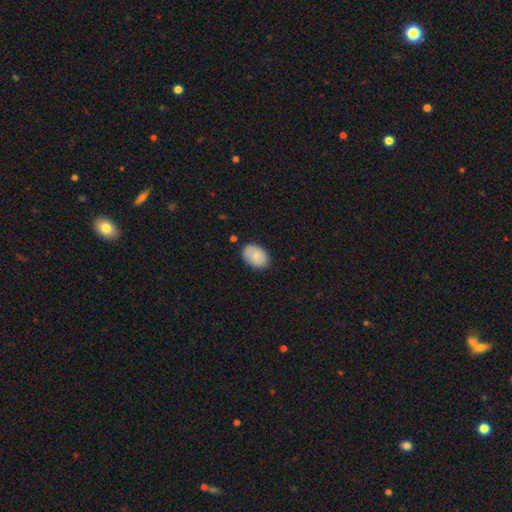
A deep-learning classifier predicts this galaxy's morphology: Q: Smooth or featured?
A: smooth (79%); runner-up: featured or disk (14%)
Q: How rounded?
A: in between (83%); runner-up: round (16%)
Q: Merging?
A: none (82%); runner-up: minor disturbance (14%)